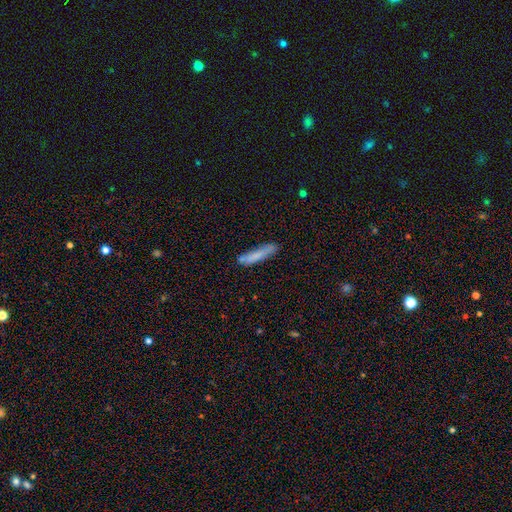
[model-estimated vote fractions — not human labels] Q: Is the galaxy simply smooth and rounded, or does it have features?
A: smooth — 76%.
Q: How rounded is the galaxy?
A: cigar-shaped — 90%.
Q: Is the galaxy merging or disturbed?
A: none — 74%.